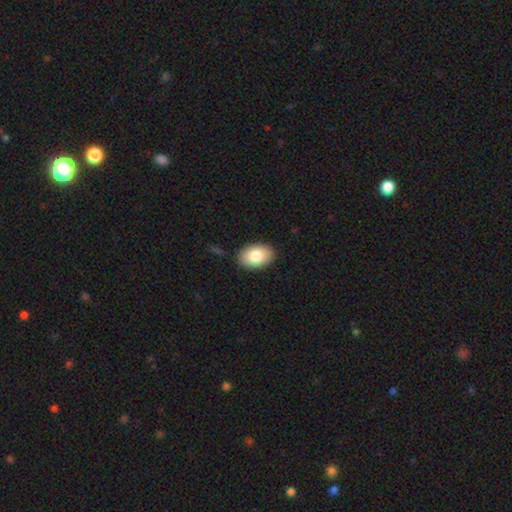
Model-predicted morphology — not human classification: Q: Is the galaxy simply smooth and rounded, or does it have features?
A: smooth — 83%.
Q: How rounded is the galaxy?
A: in between — 89%.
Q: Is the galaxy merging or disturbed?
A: none — 88%.